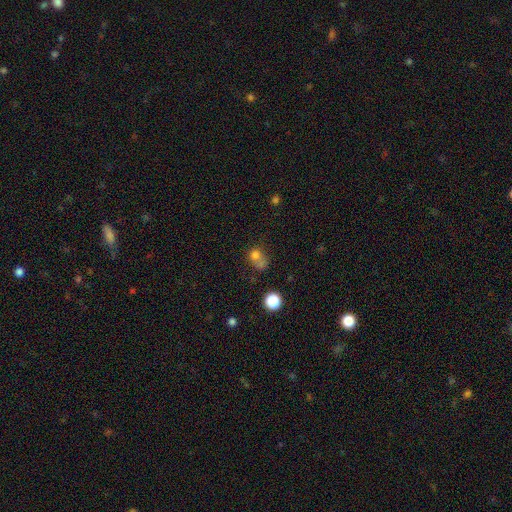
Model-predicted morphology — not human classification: Smooth or featured? smooth (72%)
How rounded? round (73%)
Merging? merger (45%)